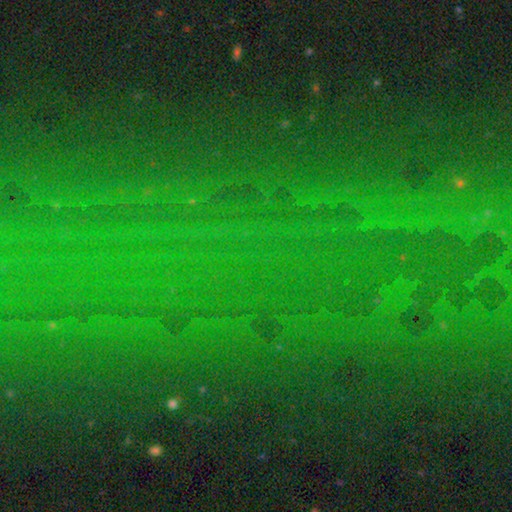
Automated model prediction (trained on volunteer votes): A star or artifact, not a galaxy (84%).

Vote fractions:
- Smooth or featured? star or artifact: 84% / smooth: 9% / featured or disk: 7%